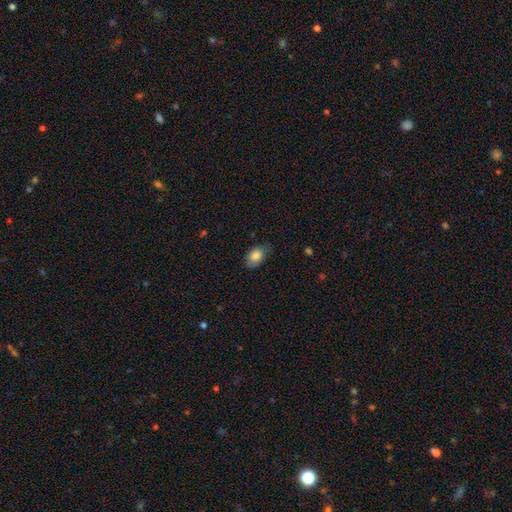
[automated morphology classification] smooth_or_featured: smooth (p=0.81) [alt: featured or disk p=0.12]
how_rounded: in between (p=0.87) [alt: round p=0.11]
merging: none (p=0.69) [alt: minor disturbance p=0.25]